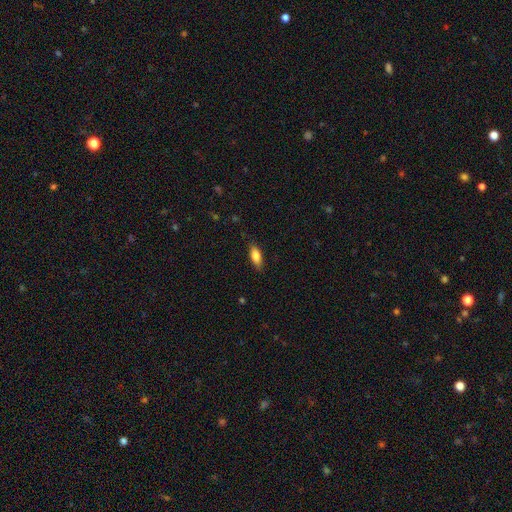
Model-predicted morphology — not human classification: smooth_or_featured: smooth (p=0.80) [alt: featured or disk p=0.13]
how_rounded: in between (p=0.75) [alt: cigar-shaped p=0.23]
merging: none (p=0.83) [alt: minor disturbance p=0.13]